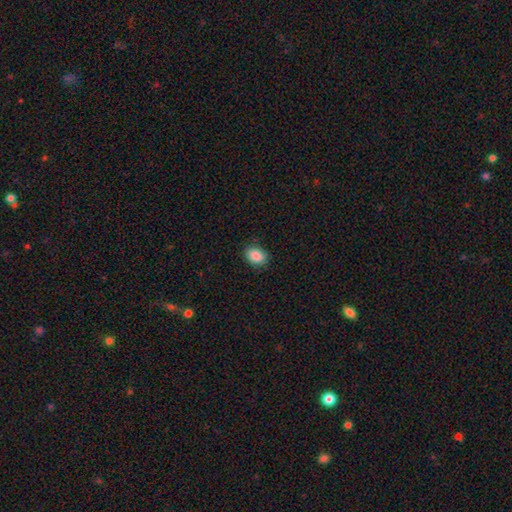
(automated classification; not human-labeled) smooth-or-featured: smooth: 88% | star or artifact: 8% | featured or disk: 4%
  how-rounded: in between: 68% | round: 31% | cigar-shaped: 1%
  merging: none: 87% | minor disturbance: 9% | major disturbance: 2% | merger: 1%